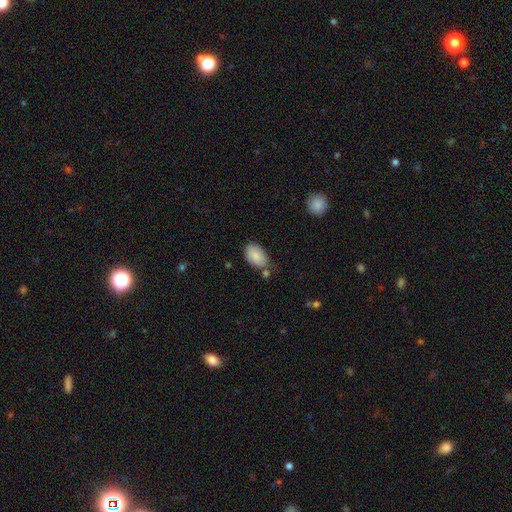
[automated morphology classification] A smooth galaxy with no disk features (84%) that is in between round and cigar-shaped (92%).

Vote fractions:
- Smooth or featured? smooth: 84% / featured or disk: 9% / star or artifact: 7%
- How rounded? in between: 92% / round: 7% / cigar-shaped: 1%
- Merging? none: 61% / minor disturbance: 24% / merger: 10% / major disturbance: 5%